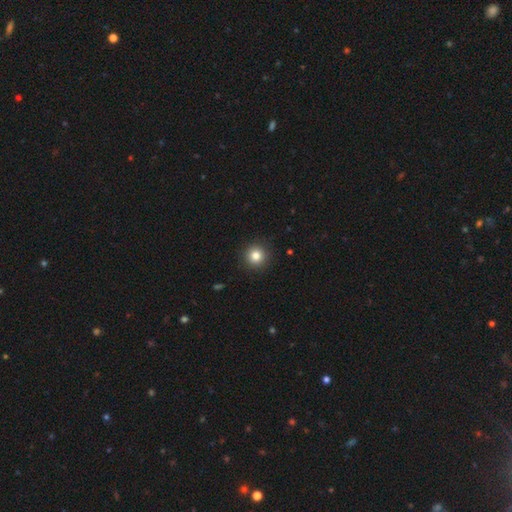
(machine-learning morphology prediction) This appears to be a smooth galaxy with no disk features (82%) that is round (96%). Merging: none (92%).